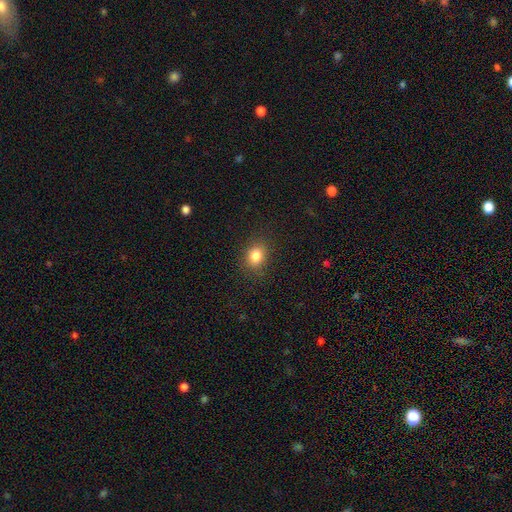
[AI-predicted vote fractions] This appears to be a smooth galaxy with no disk features (84%) that is in between round and cigar-shaped (54%). Merging: none (86%).